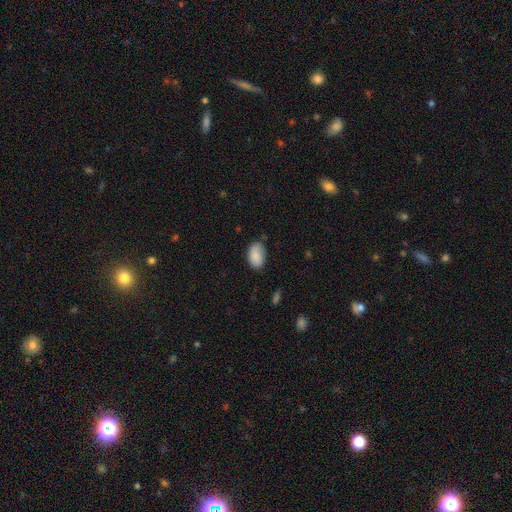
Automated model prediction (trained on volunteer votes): smooth 87%, star or artifact 7%, featured or disk 6%. Down the decision tree: how rounded — in between (91%); merging — none (71%).